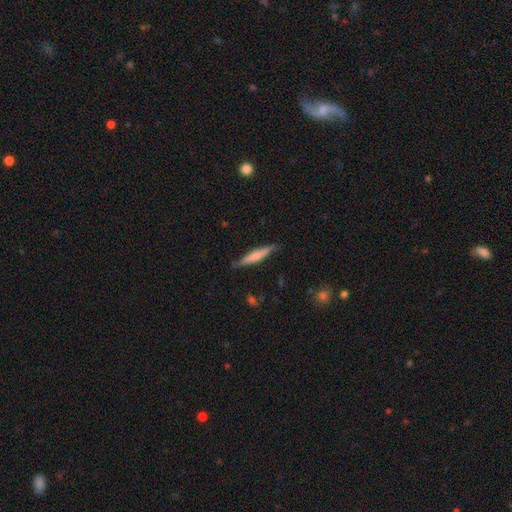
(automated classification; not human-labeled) smooth 58%, featured or disk 37%, star or artifact 6%. Down the decision tree: how rounded — cigar-shaped (90%); merging — none (82%).